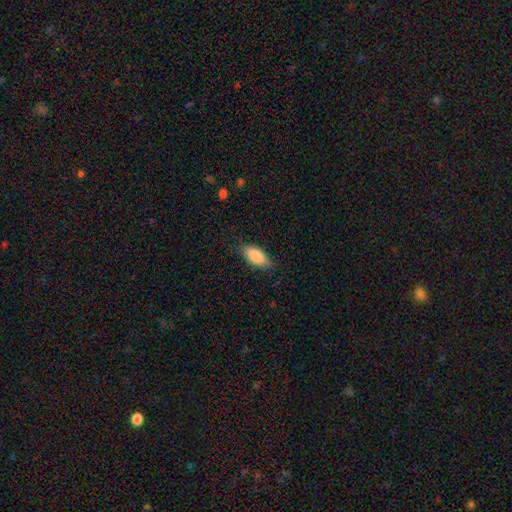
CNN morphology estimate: Smooth or featured? Predicted: smooth (p=0.87). How rounded? Predicted: in between (p=0.87). Merging? Predicted: none (p=0.81).